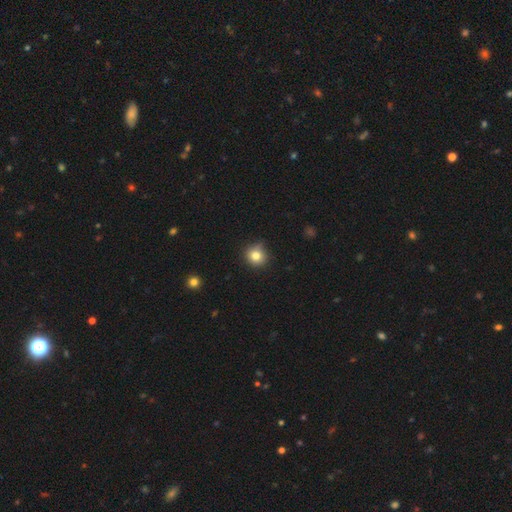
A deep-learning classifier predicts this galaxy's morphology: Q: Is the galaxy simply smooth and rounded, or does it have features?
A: smooth — 80%.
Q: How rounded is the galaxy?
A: round — 90%.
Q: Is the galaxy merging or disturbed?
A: none — 79%.